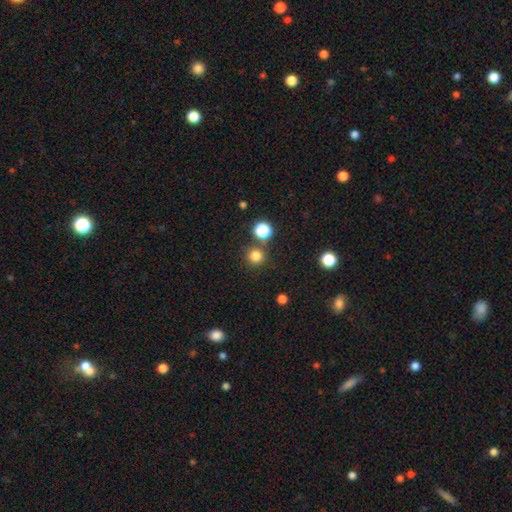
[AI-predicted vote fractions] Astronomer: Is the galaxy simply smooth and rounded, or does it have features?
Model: smooth — 80%.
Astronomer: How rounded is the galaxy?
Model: round — 94%.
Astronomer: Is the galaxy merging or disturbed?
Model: none — 82%.